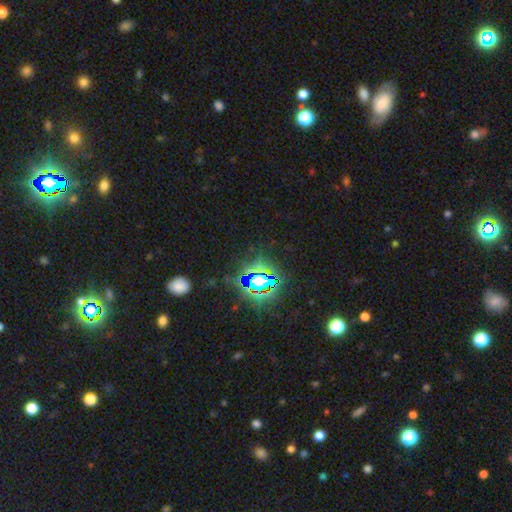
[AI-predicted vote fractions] smooth_or_featured: star or artifact (p=0.83) [alt: smooth p=0.10]